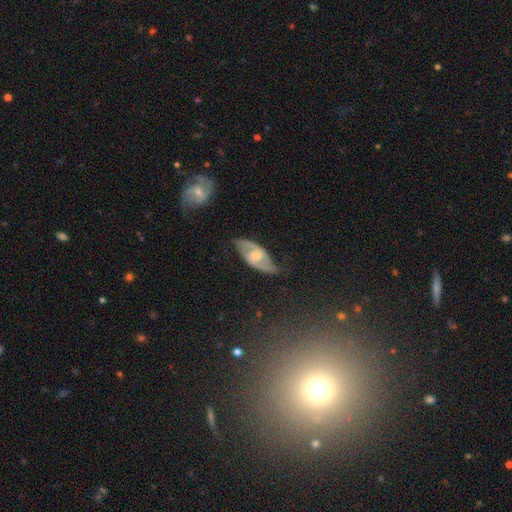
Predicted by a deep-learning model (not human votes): Morphology: type=featured or disk (75%); edge-on=no (90%); bar=no (46%); spiral arms=yes (87%); winding=medium (47%); arm count=2 (86%); bulge=moderate (58%); merging=none (71%).